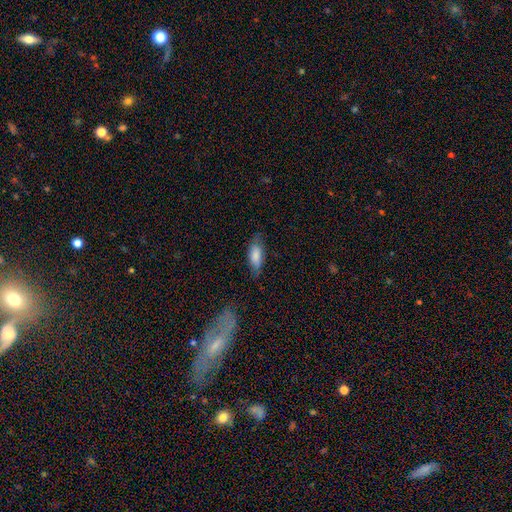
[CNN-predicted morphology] A smooth galaxy with no disk features (77%) that is in between round and cigar-shaped (74%).

Vote fractions:
- Smooth or featured? smooth: 77% / featured or disk: 16% / star or artifact: 7%
- How rounded? in between: 74% / cigar-shaped: 24% / round: 2%
- Merging? none: 67% / minor disturbance: 24% / major disturbance: 7% / merger: 2%